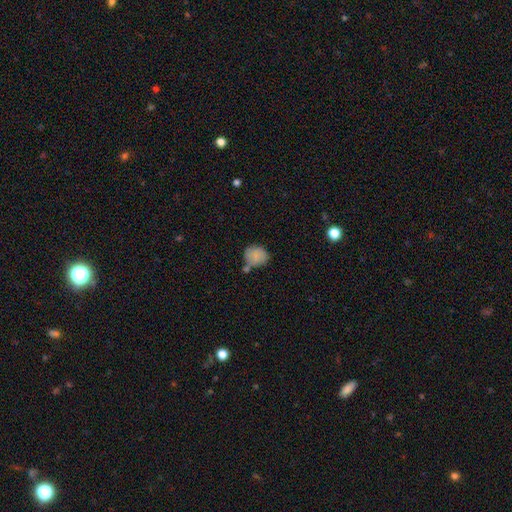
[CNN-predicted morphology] smooth 81%, featured or disk 11%, star or artifact 8%. Down the decision tree: how rounded — round (75%); merging — none (49%).